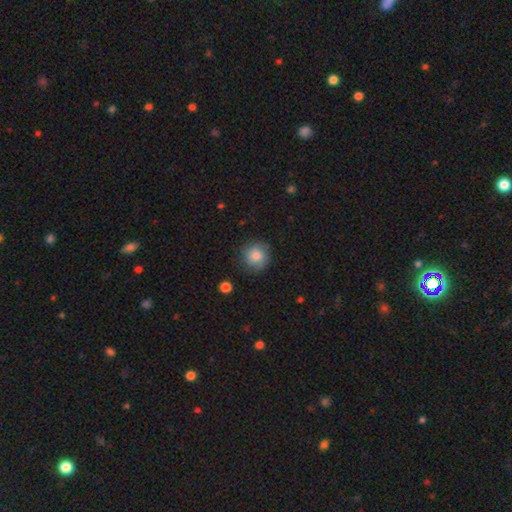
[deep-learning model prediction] Smooth or featured? smooth (81%)
How rounded? round (93%)
Merging? none (83%)